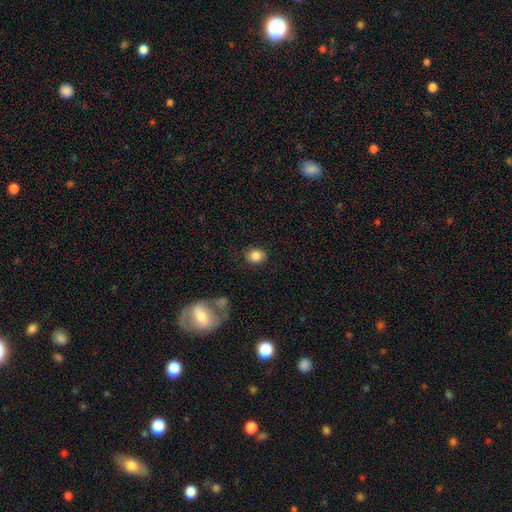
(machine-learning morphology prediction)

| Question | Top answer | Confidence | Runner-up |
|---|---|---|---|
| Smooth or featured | smooth | 83% | star or artifact (9%) |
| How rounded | round | 62% | in between (37%) |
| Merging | none | 82% | minor disturbance (12%) |